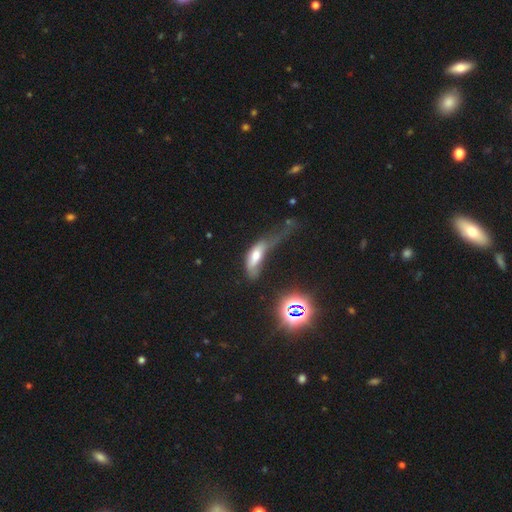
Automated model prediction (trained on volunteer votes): smooth 59%, featured or disk 29%, star or artifact 12%. Down the decision tree: how rounded — in between (68%); merging — major disturbance (58%).